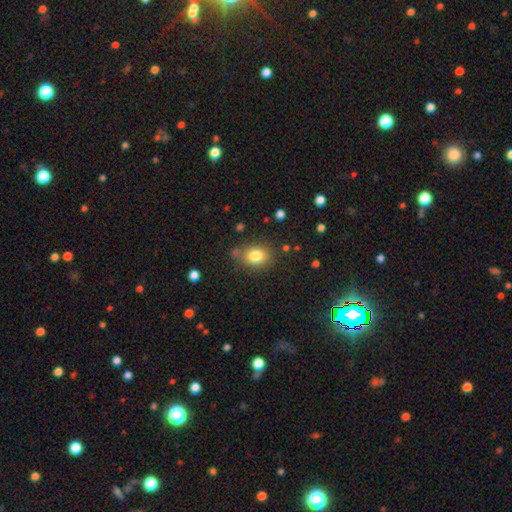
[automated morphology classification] A smooth galaxy with no disk features (81%) that is in between round and cigar-shaped (53%). Merging: none (76%).